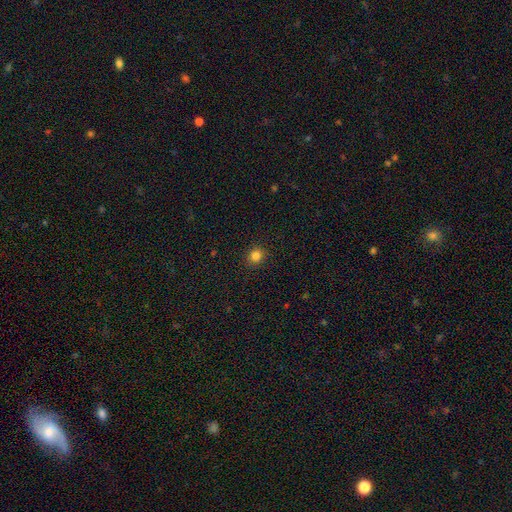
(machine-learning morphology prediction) Overall: smooth (83%). How rounded: round (88%). Merging: none (91%).